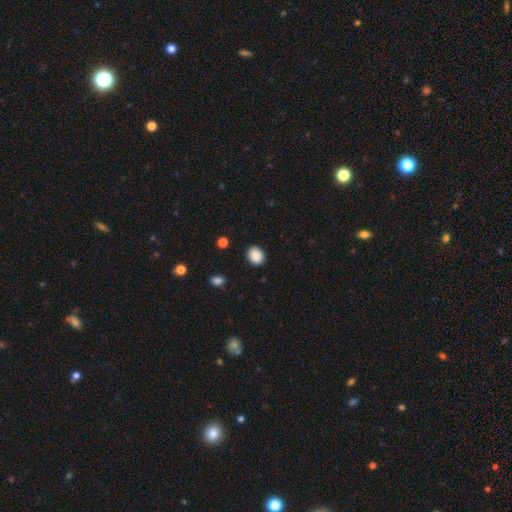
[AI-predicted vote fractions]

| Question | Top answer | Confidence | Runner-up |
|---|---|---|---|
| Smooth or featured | smooth | 89% | star or artifact (8%) |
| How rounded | in between | 52% | round (47%) |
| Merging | none | 88% | minor disturbance (8%) |